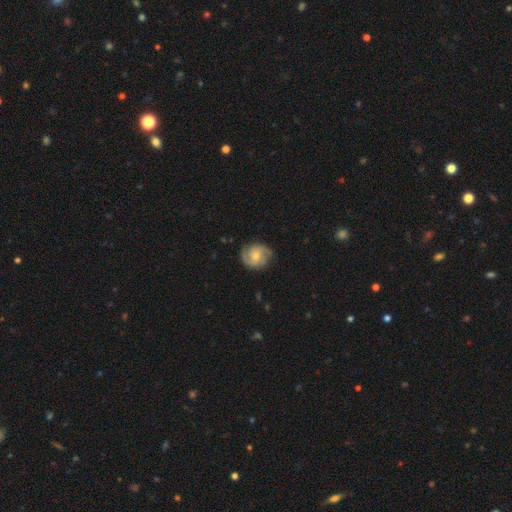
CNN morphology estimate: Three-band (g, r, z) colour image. It shows a featured or disk galaxy (66%) with no bar (68%), 2 (68%) medium (43%) spiral arms (92%) and a moderate central bulge (52%). Merging: none (75%).